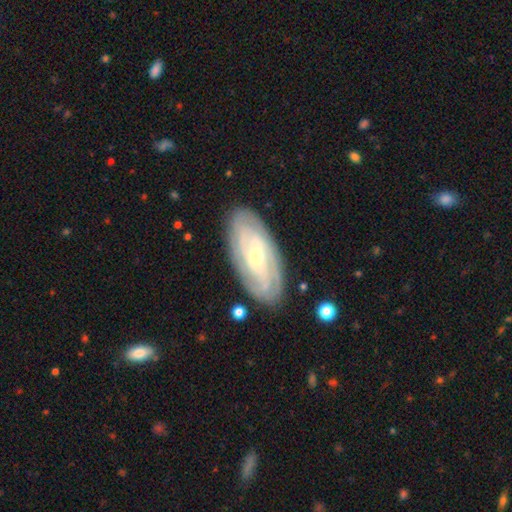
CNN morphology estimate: A featured or disk galaxy (82%) with a weak bar (40%), tight (70%) spiral arms (93%) and a small central bulge (59%). Merging: none (83%).